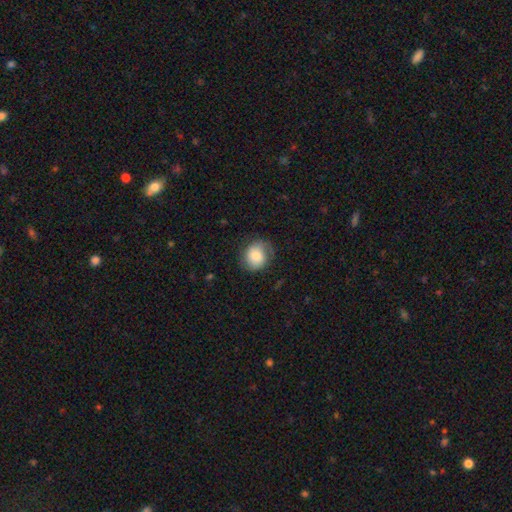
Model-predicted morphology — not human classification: Q: Smooth or featured?
A: smooth (70%); runner-up: featured or disk (22%)
Q: How rounded?
A: round (71%); runner-up: in between (29%)
Q: Merging?
A: none (65%); runner-up: minor disturbance (24%)